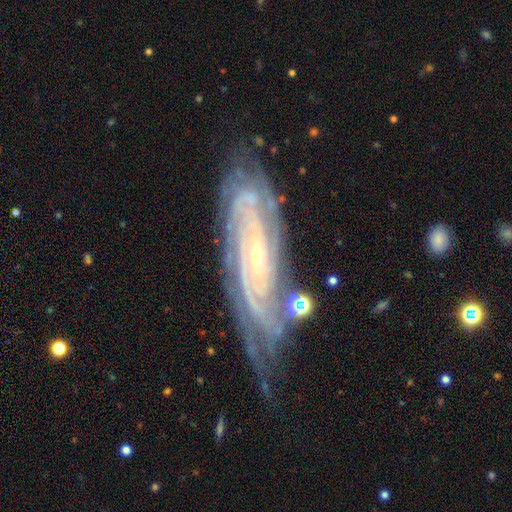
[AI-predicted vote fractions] Morphology: type=featured or disk (90%); edge-on=no (89%); bar=no (60%); spiral arms=yes (98%); winding=tight (78%); arm count=can't tell (27%); bulge=small (77%); merging=none (65%).